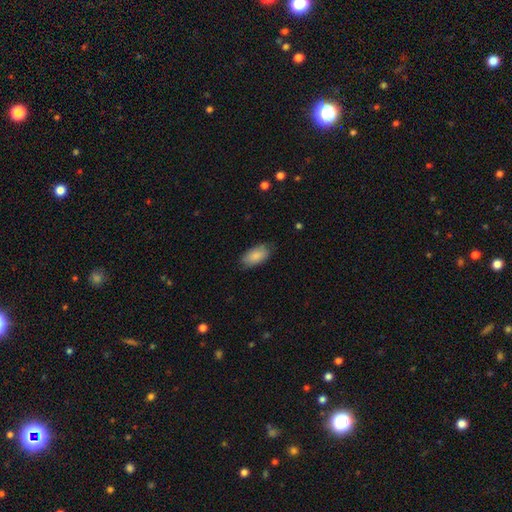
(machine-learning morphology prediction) smooth-or-featured: smooth: 88% | featured or disk: 6% | star or artifact: 6%
  how-rounded: in between: 93% | cigar-shaped: 4% | round: 3%
  merging: none: 80% | minor disturbance: 16% | major disturbance: 3% | merger: 1%